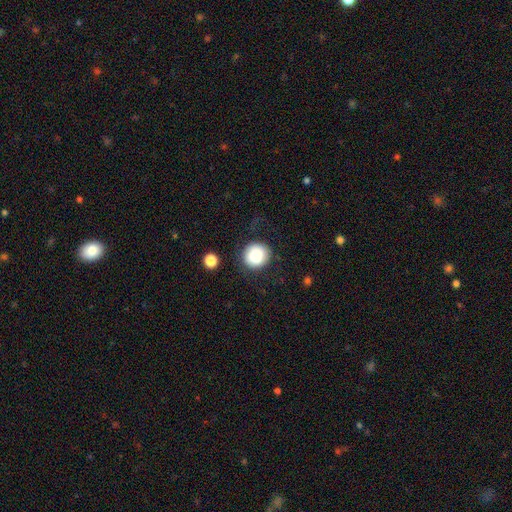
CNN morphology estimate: This appears to be a smooth galaxy with no disk features (85%) that is round (89%). Merging: none (76%).